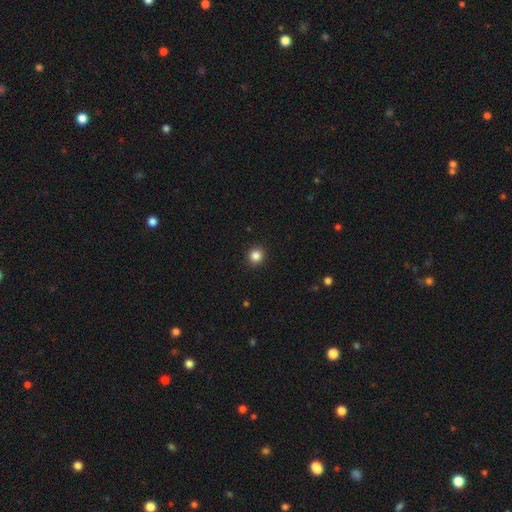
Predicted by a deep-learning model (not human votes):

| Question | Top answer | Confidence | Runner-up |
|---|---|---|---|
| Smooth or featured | smooth | 84% | star or artifact (11%) |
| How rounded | round | 91% | in between (8%) |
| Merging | none | 93% | minor disturbance (5%) |